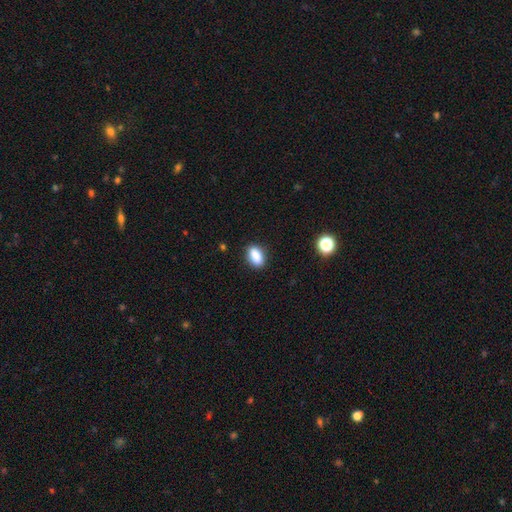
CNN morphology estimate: smooth-or-featured: smooth: 87% | star or artifact: 9% | featured or disk: 4%
  how-rounded: in between: 87% | round: 9% | cigar-shaped: 3%
  merging: none: 86% | minor disturbance: 10% | major disturbance: 2% | merger: 2%